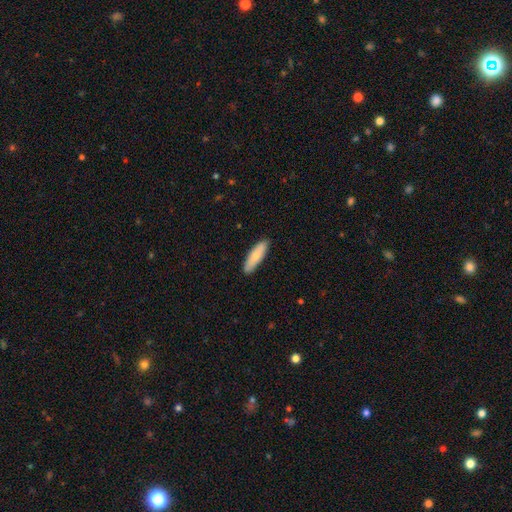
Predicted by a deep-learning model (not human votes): This appears to be a smooth galaxy with no disk features (76%) that is cigar-shaped (57%). Merging: none (88%).